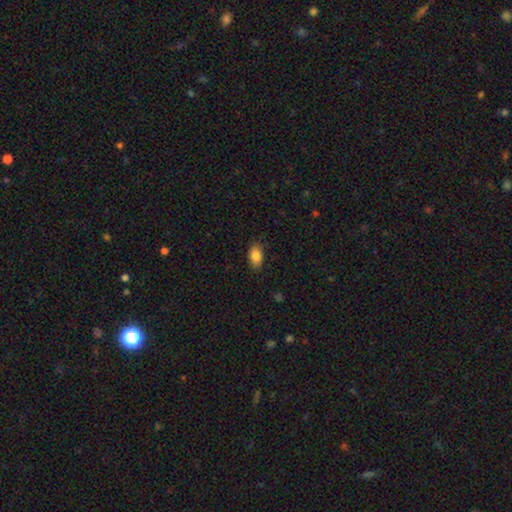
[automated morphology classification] A smooth galaxy with no disk features (85%) that is in between round and cigar-shaped (89%). Merging: none (82%).